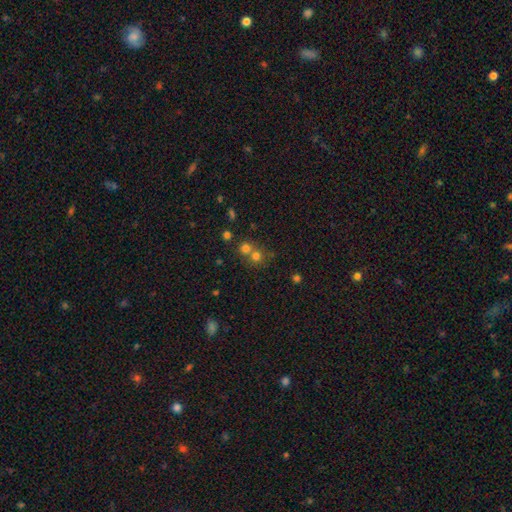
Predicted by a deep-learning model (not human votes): A smooth galaxy with no disk features (61%) that is round (86%).

Vote fractions:
- Smooth or featured? smooth: 61% / star or artifact: 26% / featured or disk: 13%
- How rounded? round: 86% / in between: 13% / cigar-shaped: 1%
- Merging? none: 48% / merger: 44% / minor disturbance: 6% / major disturbance: 3%